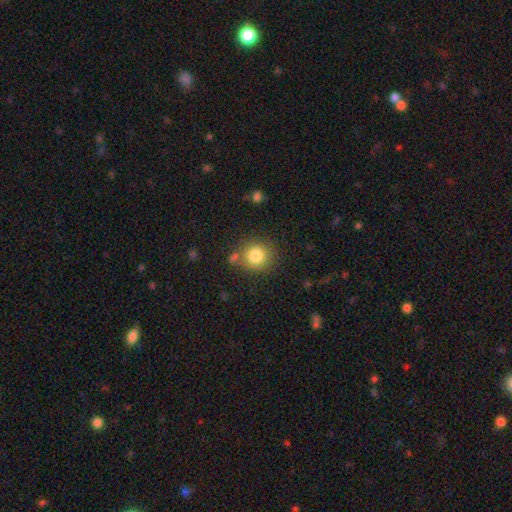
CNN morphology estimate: A smooth galaxy with no disk features (82%) that is round (88%). Merging: none (74%).